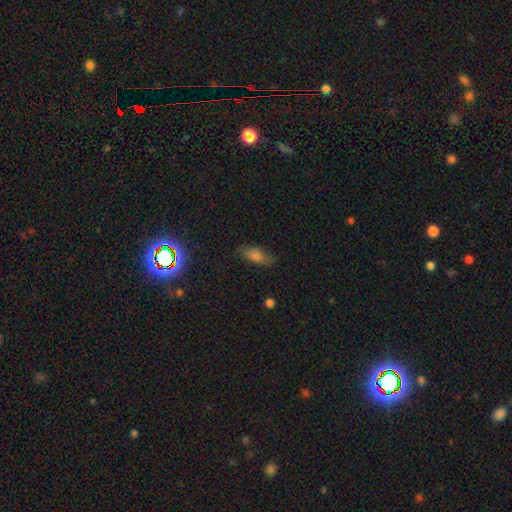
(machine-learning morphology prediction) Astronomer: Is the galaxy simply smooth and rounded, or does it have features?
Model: smooth — 65%.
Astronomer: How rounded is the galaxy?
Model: in between — 77%.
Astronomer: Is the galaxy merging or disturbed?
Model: none — 75%.